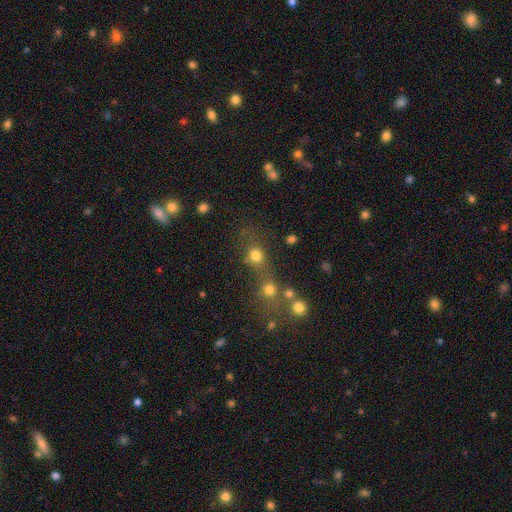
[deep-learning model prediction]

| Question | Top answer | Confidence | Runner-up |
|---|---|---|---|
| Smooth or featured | smooth | 73% | star or artifact (17%) |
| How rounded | round | 77% | in between (20%) |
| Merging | none | 46% | merger (36%) |